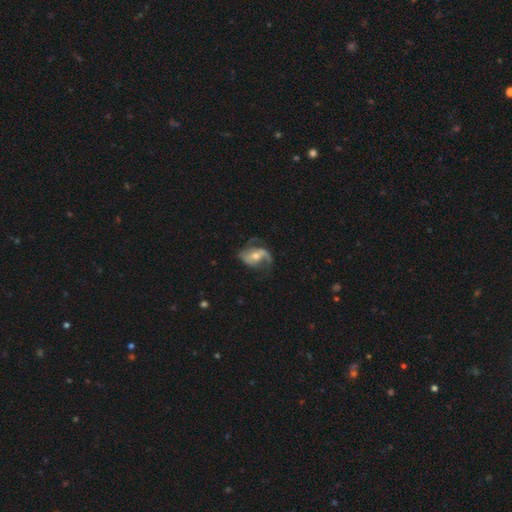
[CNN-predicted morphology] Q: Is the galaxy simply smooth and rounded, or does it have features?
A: featured or disk — 81%.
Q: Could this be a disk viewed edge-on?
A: no — 97%.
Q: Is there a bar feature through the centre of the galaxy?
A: no — 40%.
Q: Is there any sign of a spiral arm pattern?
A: yes — 93%.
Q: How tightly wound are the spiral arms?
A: loose — 52%.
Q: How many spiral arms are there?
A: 2 — 73%.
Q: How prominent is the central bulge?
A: moderate — 57%.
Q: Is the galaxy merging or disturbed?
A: none — 55%.